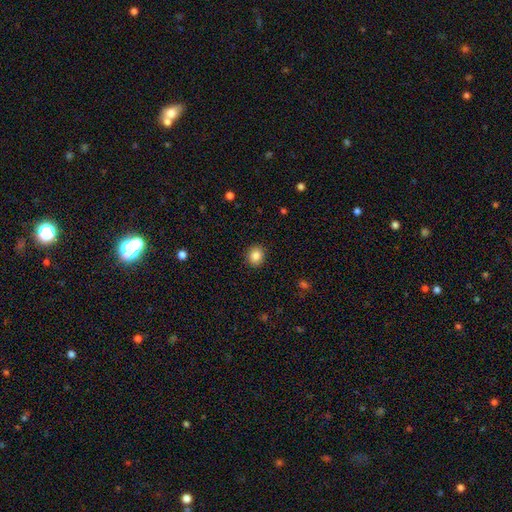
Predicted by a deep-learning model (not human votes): Smooth or featured: smooth — 86% (star or artifact — 9%)
How rounded: round — 76% (in between — 23%)
Merging: none — 90% (minor disturbance — 7%)